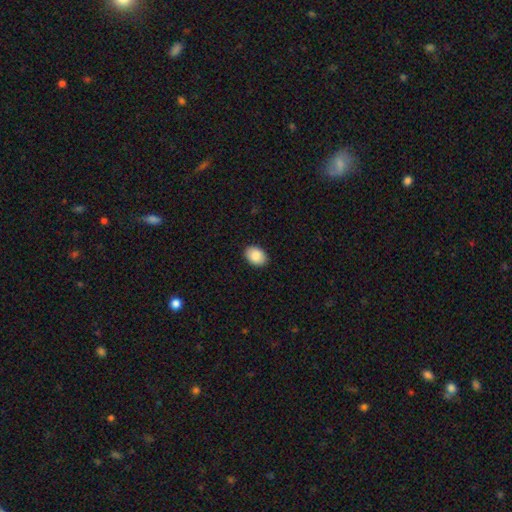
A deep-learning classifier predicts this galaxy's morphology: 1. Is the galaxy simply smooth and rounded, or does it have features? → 89% smooth, 7% star or artifact, 5% featured or disk.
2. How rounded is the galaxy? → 78% in between, 21% round, 1% cigar-shaped.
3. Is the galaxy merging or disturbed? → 91% none, 7% minor disturbance, 2% major disturbance, 1% merger.